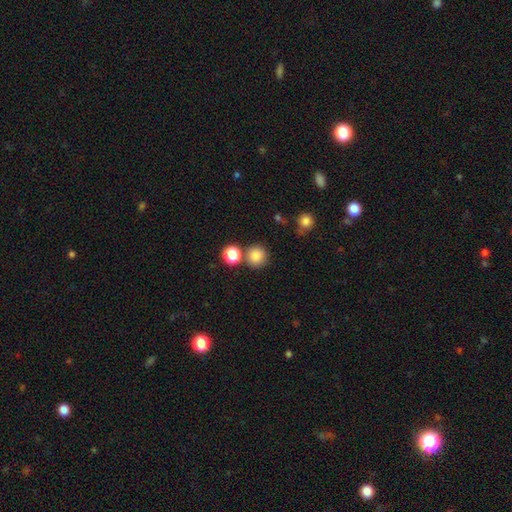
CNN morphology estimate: A smooth galaxy with no disk features (84%) that is round (93%).

Vote fractions:
- Smooth or featured? smooth: 84% / star or artifact: 11% / featured or disk: 5%
- How rounded? round: 93% / in between: 6% / cigar-shaped: 1%
- Merging? none: 75% / merger: 14% / minor disturbance: 8% / major disturbance: 3%